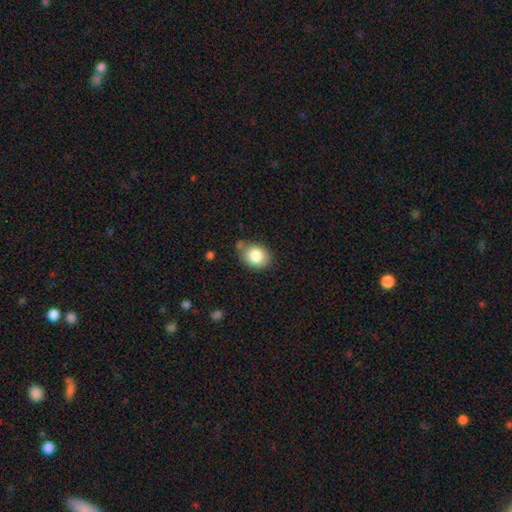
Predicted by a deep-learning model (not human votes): smooth-or-featured: smooth: 83% | featured or disk: 9% | star or artifact: 8%
  how-rounded: in between: 58% | round: 41% | cigar-shaped: 1%
  merging: none: 66% | minor disturbance: 23% | merger: 6% | major disturbance: 5%